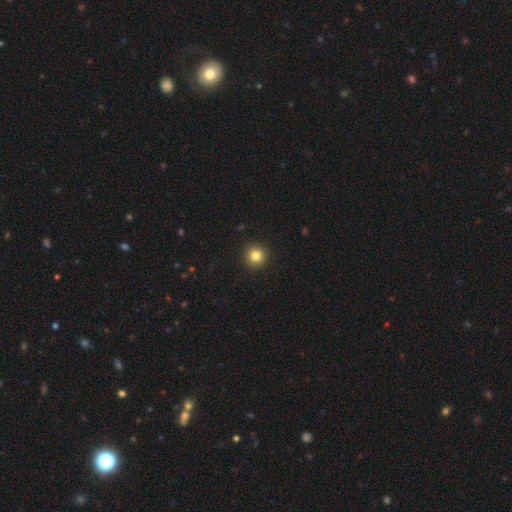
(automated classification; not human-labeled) Smooth or featured? smooth (83%)
How rounded? round (95%)
Merging? none (93%)